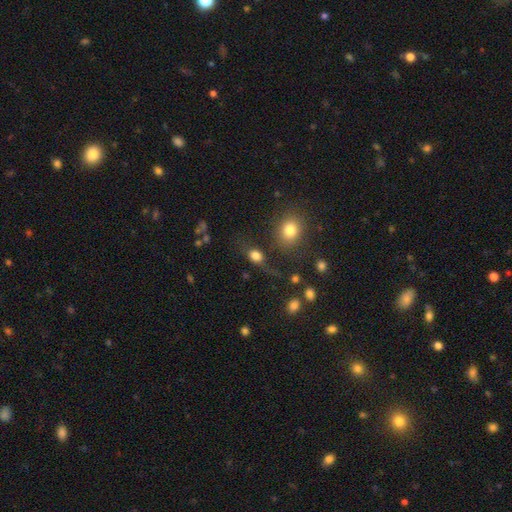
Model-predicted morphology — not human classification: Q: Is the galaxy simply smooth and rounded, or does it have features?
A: smooth — 78%.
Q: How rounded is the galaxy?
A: in between — 60%.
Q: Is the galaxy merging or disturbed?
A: none — 52%.